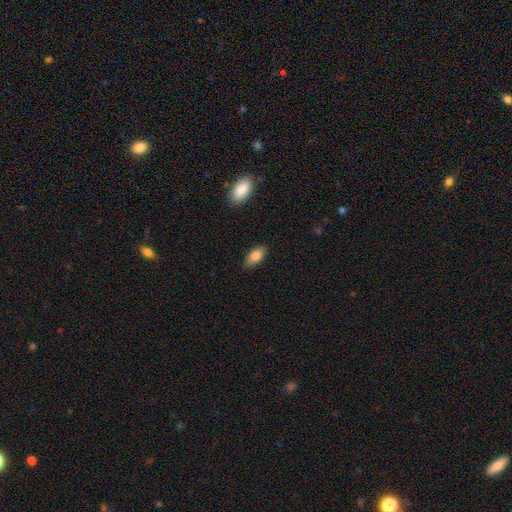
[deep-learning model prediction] Smooth or featured? smooth (82%)
How rounded? in between (88%)
Merging? none (85%)